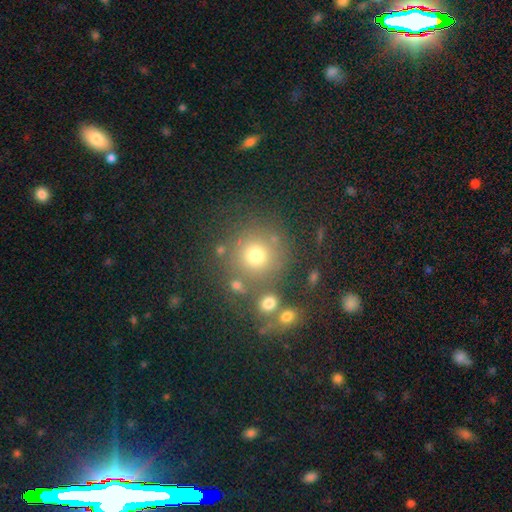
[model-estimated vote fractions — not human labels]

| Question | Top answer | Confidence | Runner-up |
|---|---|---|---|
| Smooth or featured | smooth | 71% | star or artifact (19%) |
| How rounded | round | 92% | in between (7%) |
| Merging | none | 75% | merger (10%) |